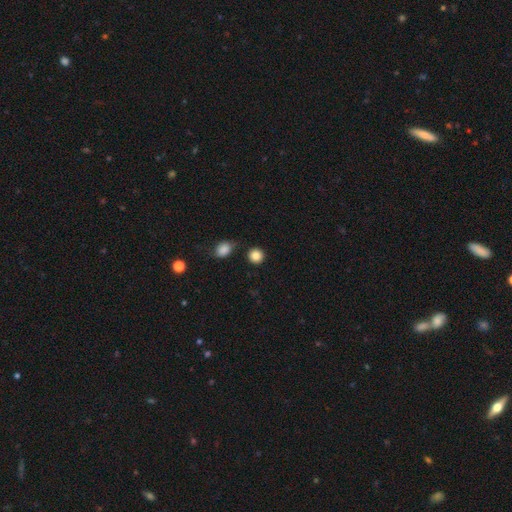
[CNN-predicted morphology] smooth 85%, star or artifact 10%, featured or disk 4%. Down the decision tree: how rounded — round (91%); merging — none (83%).